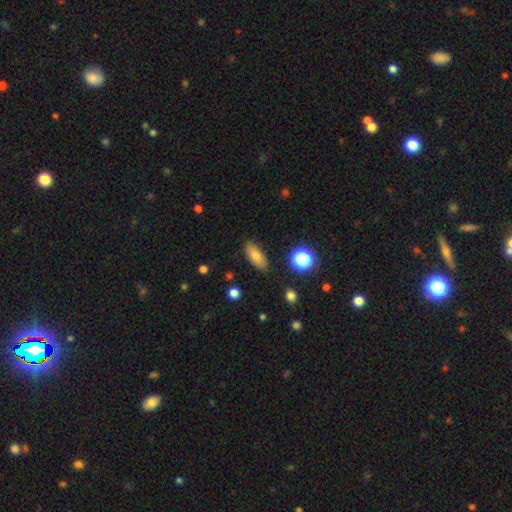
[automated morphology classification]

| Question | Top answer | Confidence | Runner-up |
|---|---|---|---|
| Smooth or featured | smooth | 78% | featured or disk (13%) |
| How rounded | in between | 79% | cigar-shaped (16%) |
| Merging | none | 85% | minor disturbance (11%) |